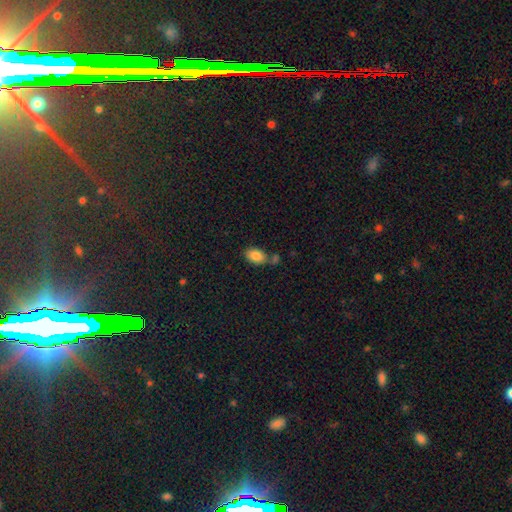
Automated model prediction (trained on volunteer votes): Overall: smooth (84%). How rounded: in between (88%). Merging: none (60%; merger 22%).